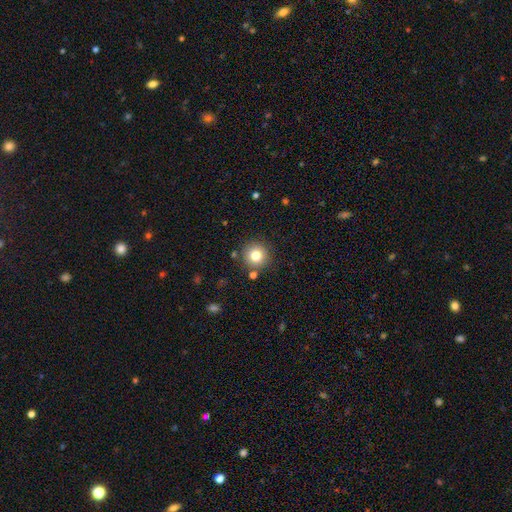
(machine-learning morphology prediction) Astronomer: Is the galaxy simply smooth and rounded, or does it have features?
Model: smooth — 80%.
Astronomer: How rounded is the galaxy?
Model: round — 95%.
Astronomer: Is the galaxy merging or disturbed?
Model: none — 86%.